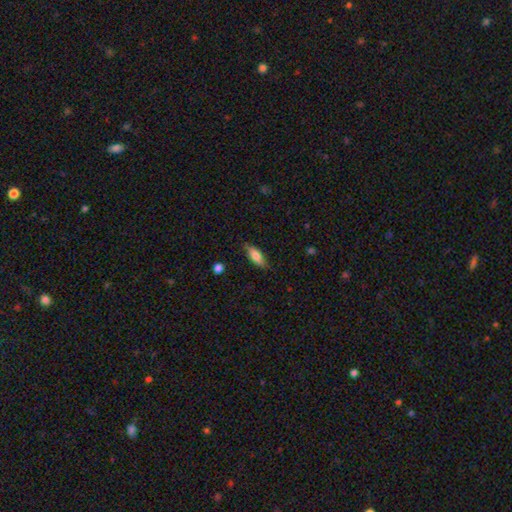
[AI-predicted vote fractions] Smooth or featured? Predicted: smooth (p=0.75). How rounded? Predicted: in between (p=0.66). Merging? Predicted: none (p=0.79).